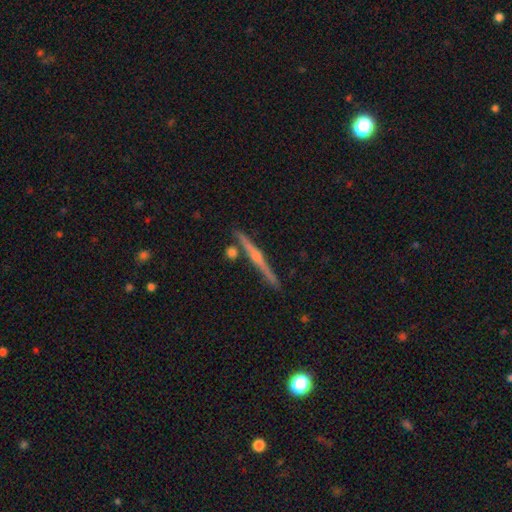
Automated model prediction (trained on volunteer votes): This is clearly a featured or disk galaxy (80%). It is clearly viewed edge-on (98%). Edge-on bulge: clearly rounded (84%). Merging: clearly none (86%).